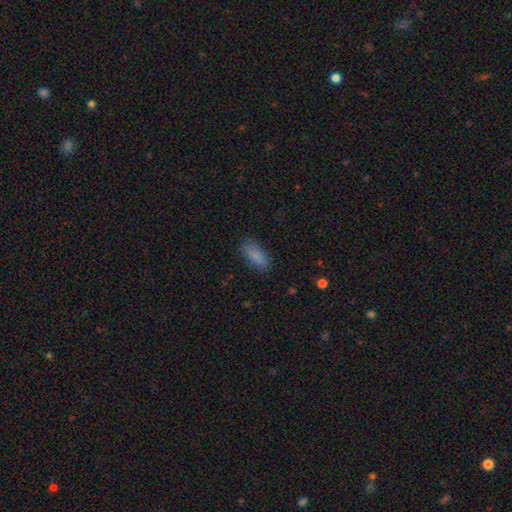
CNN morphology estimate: This is clearly a smooth galaxy (86%). How rounded: likely in between (78%). Merging: clearly none (82%).